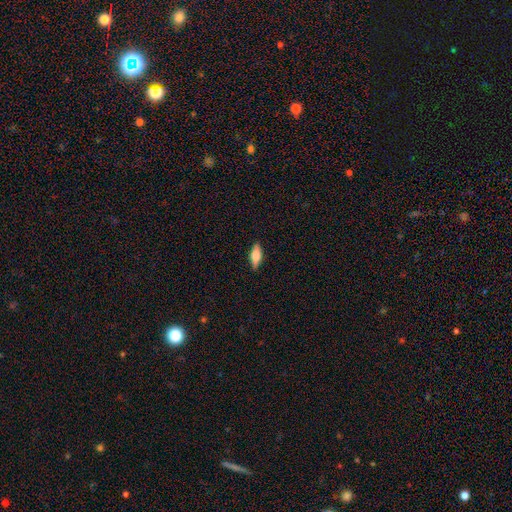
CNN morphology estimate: A smooth galaxy with no disk features (56%) that is in between round and cigar-shaped (60%).

Vote fractions:
- Smooth or featured? smooth: 56% / featured or disk: 37% / star or artifact: 7%
- How rounded? in between: 60% / cigar-shaped: 37% / round: 3%
- Merging? none: 88% / minor disturbance: 9% / major disturbance: 2% / merger: 1%